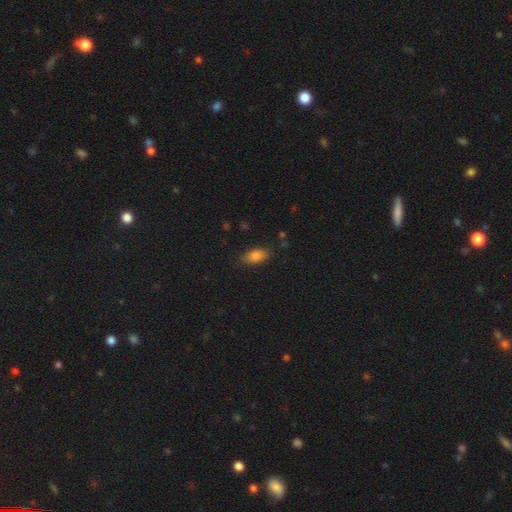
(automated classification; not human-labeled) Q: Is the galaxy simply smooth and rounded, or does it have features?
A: smooth — 85%.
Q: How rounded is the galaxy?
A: in between — 89%.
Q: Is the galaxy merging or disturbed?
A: none — 82%.